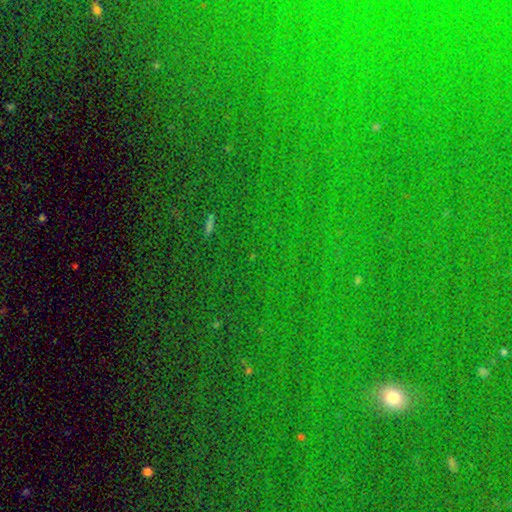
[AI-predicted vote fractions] A star or artifact, not a galaxy (79%).

Vote fractions:
- Smooth or featured? star or artifact: 79% / smooth: 13% / featured or disk: 9%